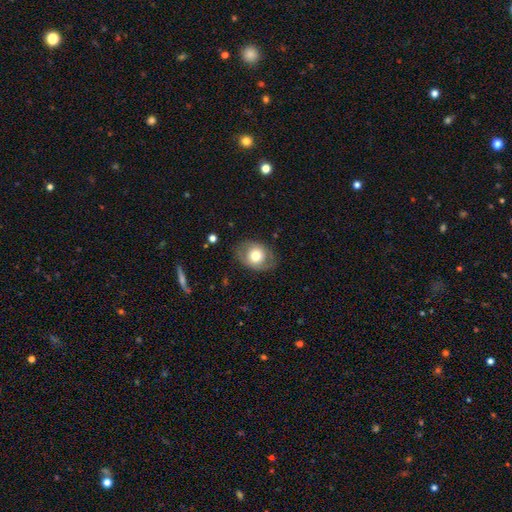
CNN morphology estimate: The model was most divided on "how rounded": in between: 55%, round: 44%, cigar-shaped: 1%. More confident: merging — none (75%); smooth or featured — smooth (62%).